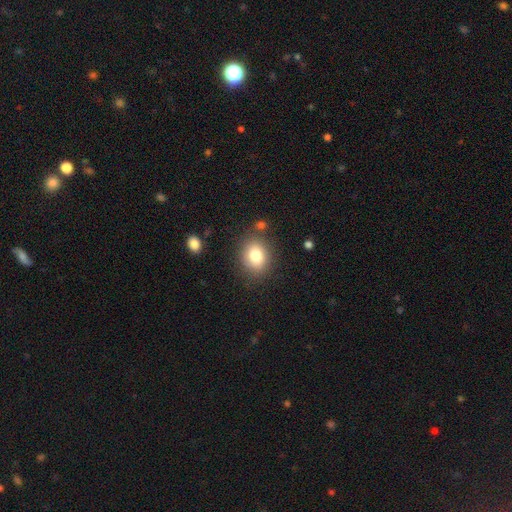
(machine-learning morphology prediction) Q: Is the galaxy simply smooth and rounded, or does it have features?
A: smooth — 81%.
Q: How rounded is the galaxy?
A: in between — 52%.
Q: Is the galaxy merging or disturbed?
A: none — 80%.